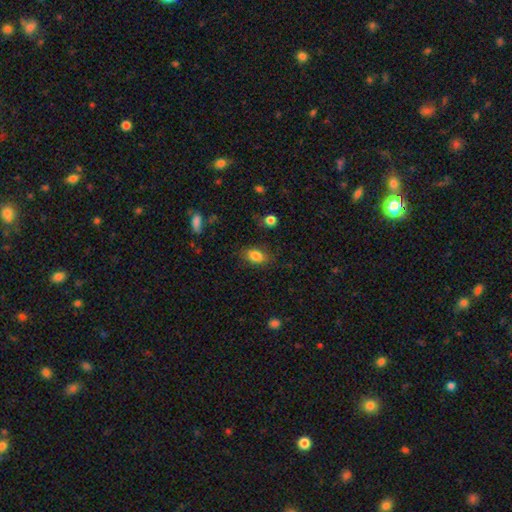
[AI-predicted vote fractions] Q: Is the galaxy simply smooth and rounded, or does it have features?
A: smooth — 83%.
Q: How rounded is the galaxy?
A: in between — 82%.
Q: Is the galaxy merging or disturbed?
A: none — 80%.